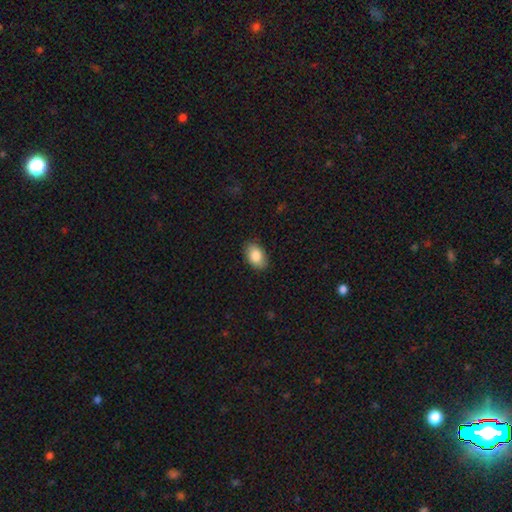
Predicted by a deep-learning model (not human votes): Smooth or featured? Predicted: smooth (p=0.86). How rounded? Predicted: in between (p=0.90). Merging? Predicted: none (p=0.85).